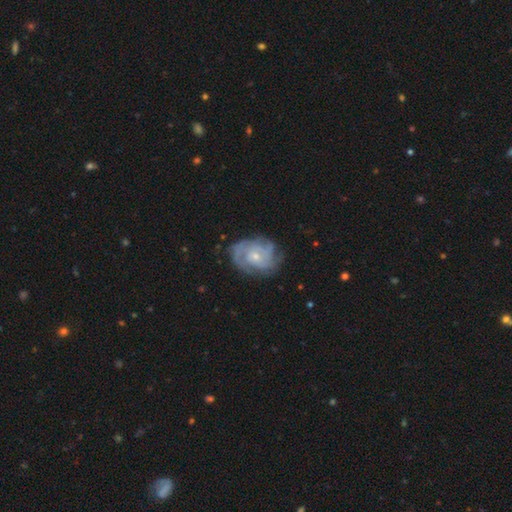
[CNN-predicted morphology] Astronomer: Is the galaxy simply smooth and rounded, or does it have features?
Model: featured or disk — 81%.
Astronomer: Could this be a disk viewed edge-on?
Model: no — 97%.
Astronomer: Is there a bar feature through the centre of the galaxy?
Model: no — 76%.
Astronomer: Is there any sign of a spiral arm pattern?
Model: yes — 93%.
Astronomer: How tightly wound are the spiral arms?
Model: tight — 61%.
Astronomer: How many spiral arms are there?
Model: can't tell — 34% (runner-up: 3, 24%).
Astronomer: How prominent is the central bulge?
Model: small — 66%.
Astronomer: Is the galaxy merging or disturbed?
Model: none — 71%.